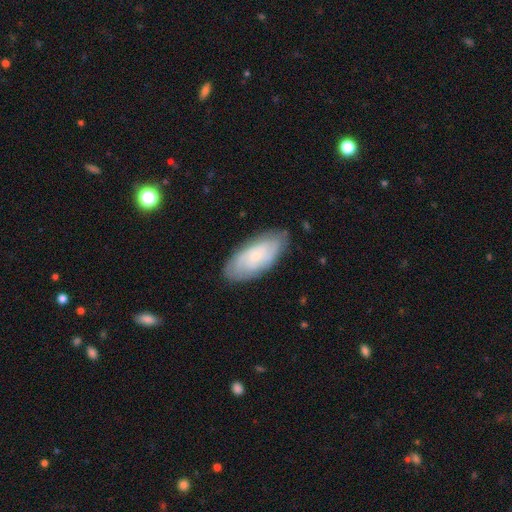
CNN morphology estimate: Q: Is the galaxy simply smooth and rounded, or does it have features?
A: featured or disk — 56%.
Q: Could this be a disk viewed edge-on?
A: no — 90%.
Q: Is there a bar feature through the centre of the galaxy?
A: no — 77%.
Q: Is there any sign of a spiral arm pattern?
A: yes — 82%.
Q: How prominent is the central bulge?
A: small — 75%.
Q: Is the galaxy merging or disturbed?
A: none — 80%.